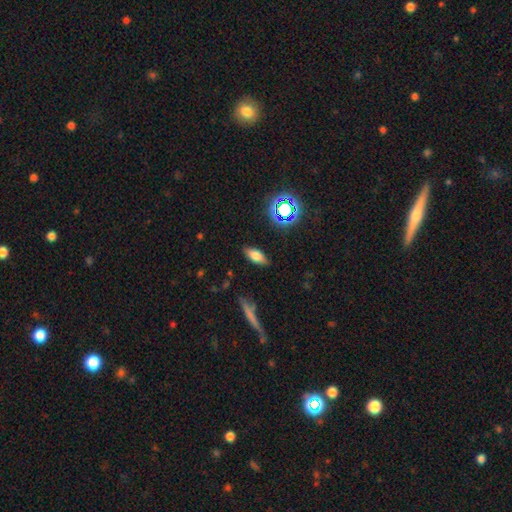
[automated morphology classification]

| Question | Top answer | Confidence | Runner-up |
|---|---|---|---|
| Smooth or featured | smooth | 73% | featured or disk (14%) |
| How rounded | in between | 80% | cigar-shaped (16%) |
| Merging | none | 86% | minor disturbance (10%) |